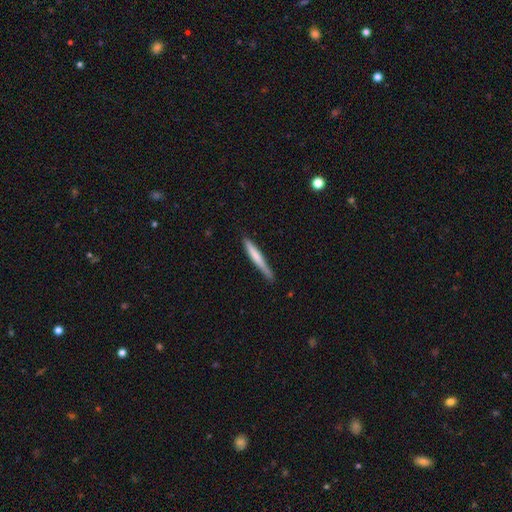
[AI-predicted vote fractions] Smooth or featured: smooth — 67% (featured or disk — 28%)
How rounded: cigar-shaped — 96% (in between — 3%)
Merging: none — 72% (minor disturbance — 22%)